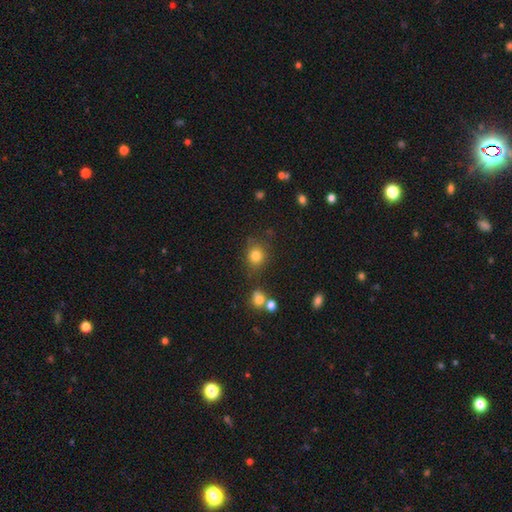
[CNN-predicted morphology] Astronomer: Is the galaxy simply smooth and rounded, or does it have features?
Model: smooth — 81%.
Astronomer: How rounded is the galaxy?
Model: round — 79%.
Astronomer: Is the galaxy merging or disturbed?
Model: none — 77%.